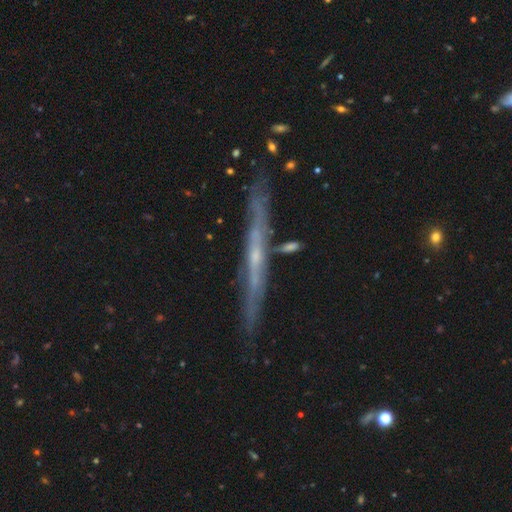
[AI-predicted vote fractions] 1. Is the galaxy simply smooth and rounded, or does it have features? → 72% featured or disk, 20% smooth, 8% star or artifact.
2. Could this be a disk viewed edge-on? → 94% yes, 6% no.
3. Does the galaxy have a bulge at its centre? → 64% none, 32% rounded, 4% boxy.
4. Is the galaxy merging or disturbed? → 84% none, 11% minor disturbance, 2% merger, 2% major disturbance.